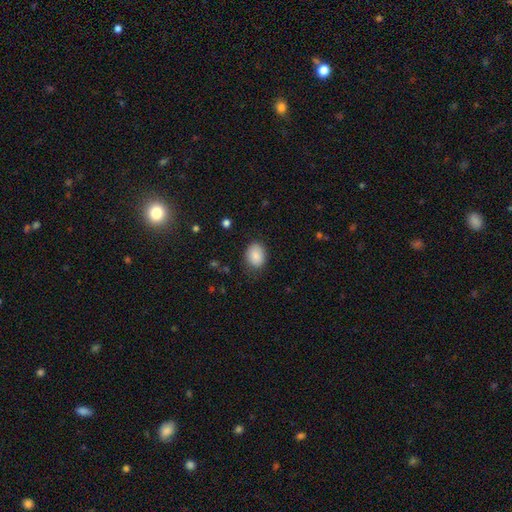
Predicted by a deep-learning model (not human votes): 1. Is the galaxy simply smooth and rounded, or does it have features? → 87% smooth, 7% star or artifact, 6% featured or disk.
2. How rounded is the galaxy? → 65% in between, 34% round, 1% cigar-shaped.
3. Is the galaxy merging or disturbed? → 78% none, 16% minor disturbance, 4% major disturbance, 1% merger.